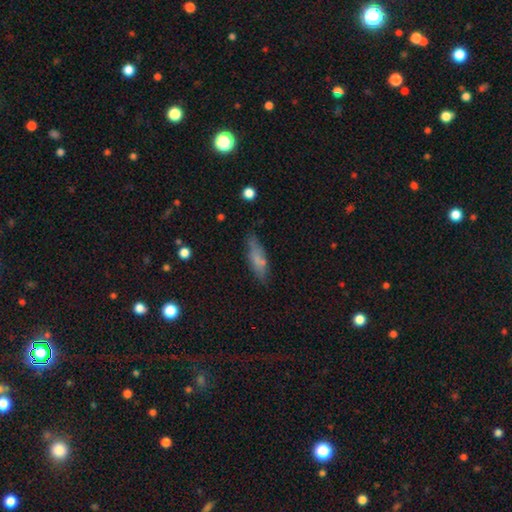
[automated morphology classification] A smooth galaxy with no disk features (66%) that is cigar-shaped (60%).

Vote fractions:
- Smooth or featured? smooth: 66% / featured or disk: 22% / star or artifact: 11%
- How rounded? cigar-shaped: 60% / in between: 37% / round: 3%
- Merging? none: 77% / minor disturbance: 16% / major disturbance: 5% / merger: 2%